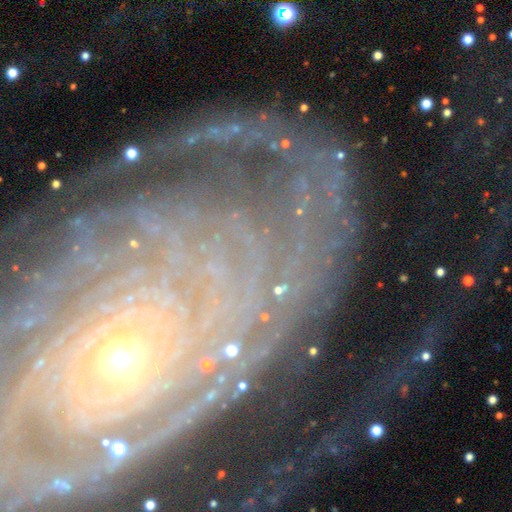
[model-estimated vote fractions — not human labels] The model was most divided on "spiral arm count": can't tell: 30%, 2: 18%, 3: 15%, more than 4: 14%, 4: 12%, 1: 10%. More confident: edge-on disk — no (95%); spiral arms — yes (93%); smooth or featured — featured or disk (82%); spiral winding — tight (74%); bar — no (73%); merging — none (63%); bulge size — small (52%).